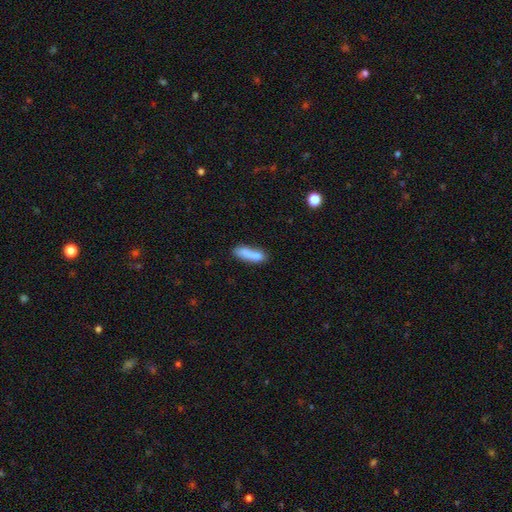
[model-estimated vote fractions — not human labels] smooth_or_featured: smooth (p=0.75) [alt: featured or disk p=0.17]
how_rounded: in between (p=0.49) [alt: cigar-shaped p=0.47]
merging: none (p=0.40) [alt: merger p=0.36]